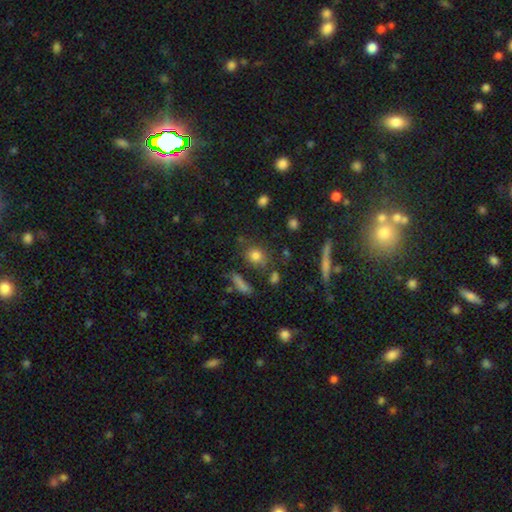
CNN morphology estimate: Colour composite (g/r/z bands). It shows a smooth galaxy with no disk features (77%) that is round (64%). Merging: none (69%).